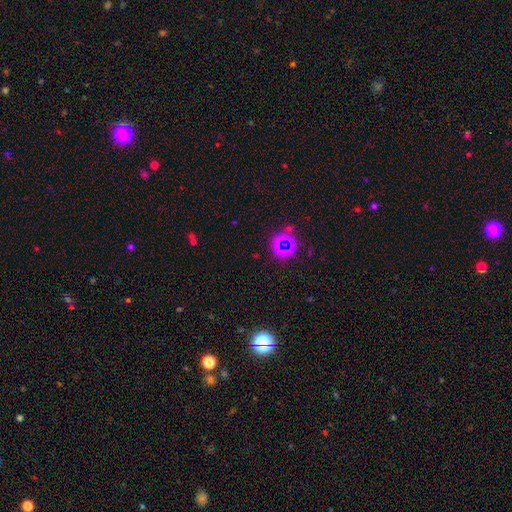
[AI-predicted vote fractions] Q: Smooth or featured?
A: star or artifact (69%); runner-up: smooth (22%)